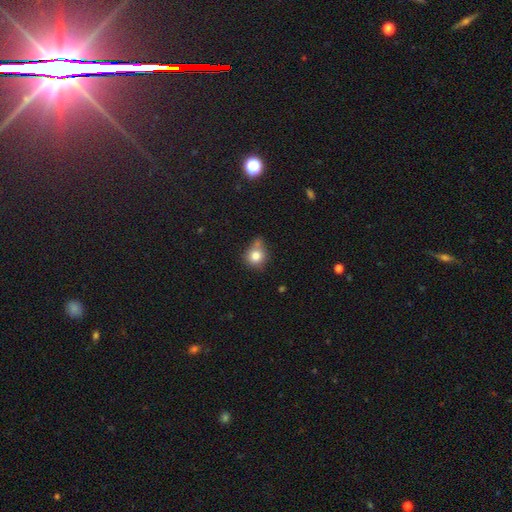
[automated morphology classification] Q: Smooth or featured?
A: smooth (79%); runner-up: star or artifact (11%)
Q: How rounded?
A: round (83%); runner-up: in between (16%)
Q: Merging?
A: none (53%); runner-up: minor disturbance (22%)